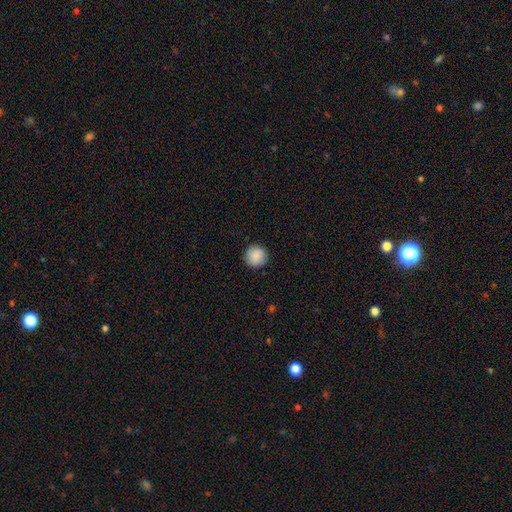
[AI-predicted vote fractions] Smooth or featured? smooth (89%)
How rounded? round (96%)
Merging? none (92%)